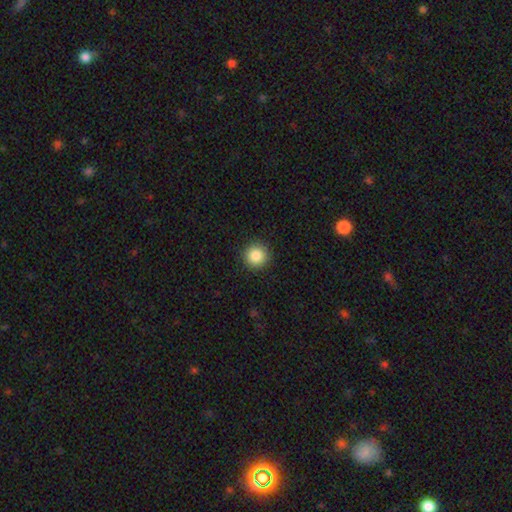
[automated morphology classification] Q: Smooth or featured?
A: smooth (87%); runner-up: star or artifact (9%)
Q: How rounded?
A: round (95%); runner-up: in between (4%)
Q: Merging?
A: none (92%); runner-up: minor disturbance (5%)